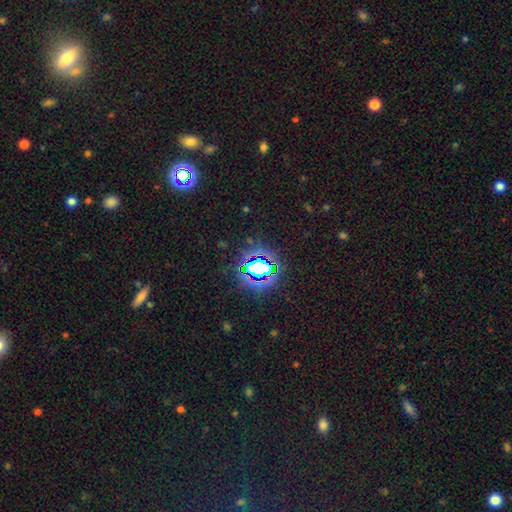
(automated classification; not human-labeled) Smooth or featured?
  - star or artifact: 77% *
  - smooth: 16%
  - featured or disk: 7%